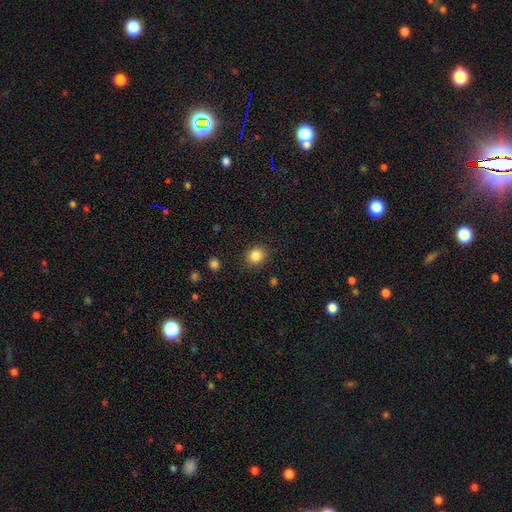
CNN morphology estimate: smooth-or-featured: smooth: 85% | star or artifact: 11% | featured or disk: 5%
  how-rounded: round: 81% | in between: 18% | cigar-shaped: 1%
  merging: none: 88% | minor disturbance: 8% | major disturbance: 3% | merger: 1%